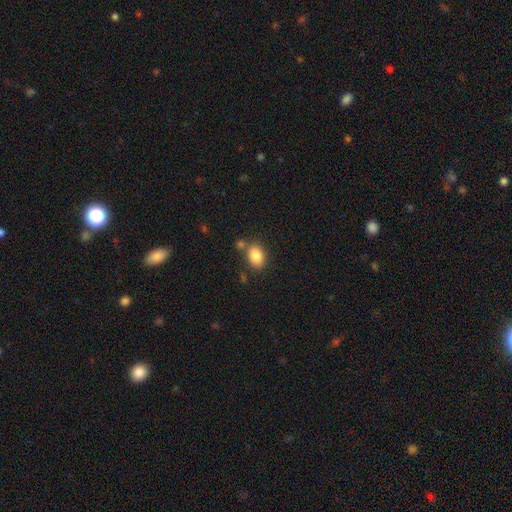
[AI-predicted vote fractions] This is clearly a smooth galaxy (84%). How rounded: clearly in between (81%). Merging: likely none (70%).